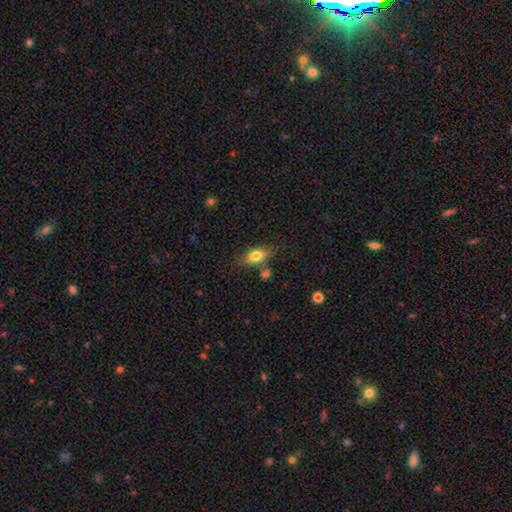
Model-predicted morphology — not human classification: A smooth galaxy with no disk features (79%) that is in between round and cigar-shaped (84%). Merging: none (67%).